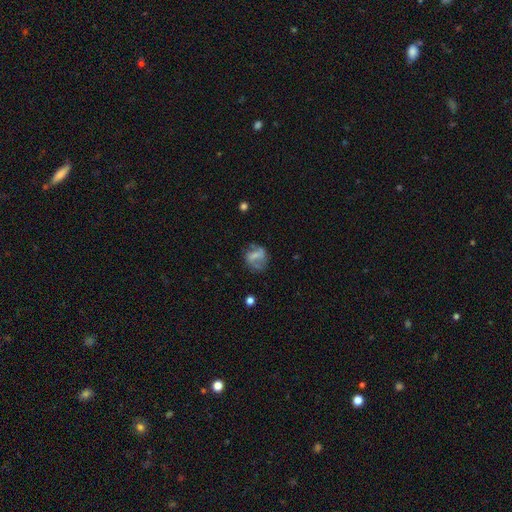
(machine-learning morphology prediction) Overall: featured or disk (48%; smooth 42%). Merging: none (52%; minor disturbance 23%).